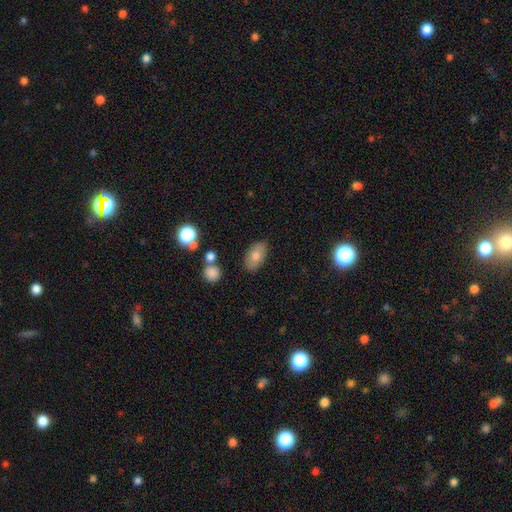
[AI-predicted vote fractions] Overall: smooth (75%). How rounded: in between (91%). Merging: none (84%).